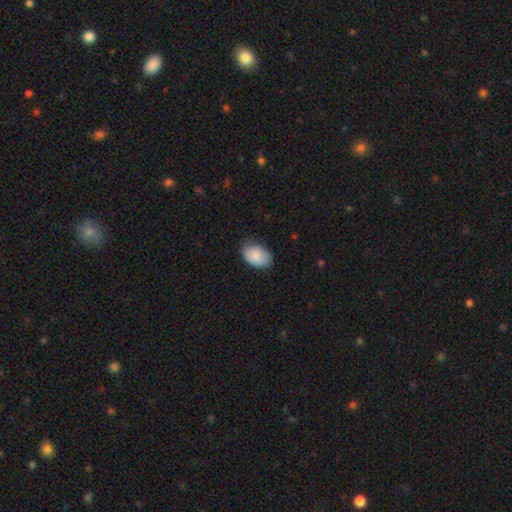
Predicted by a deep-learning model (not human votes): A smooth galaxy with no disk features (85%) that is in between round and cigar-shaped (86%).

Vote fractions:
- Smooth or featured? smooth: 85% / featured or disk: 8% / star or artifact: 6%
- How rounded? in between: 86% / round: 13% / cigar-shaped: 1%
- Merging? none: 66% / minor disturbance: 28% / major disturbance: 5% / merger: 1%